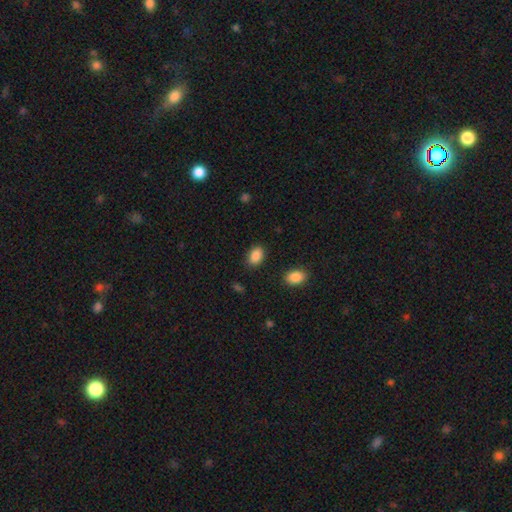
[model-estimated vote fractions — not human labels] This appears to be a smooth galaxy with no disk features (88%) that is in between round and cigar-shaped (85%). Merging: none (86%).